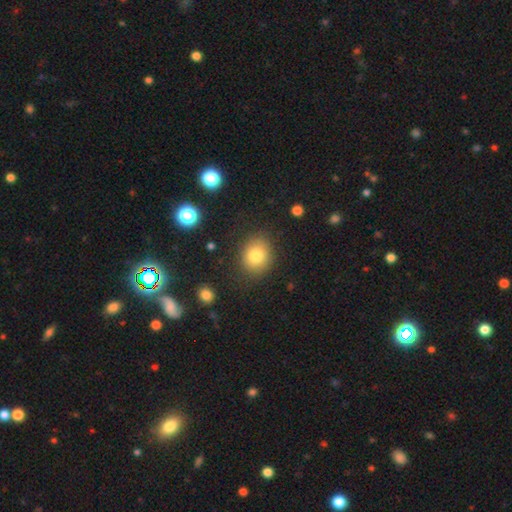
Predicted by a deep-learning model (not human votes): Smooth or featured?
  - smooth: 80% *
  - star or artifact: 11%
  - featured or disk: 9%
How rounded?
  - round: 66% *
  - in between: 33%
  - cigar-shaped: 1%
Merging?
  - none: 83% *
  - minor disturbance: 11%
  - major disturbance: 4%
  - merger: 2%